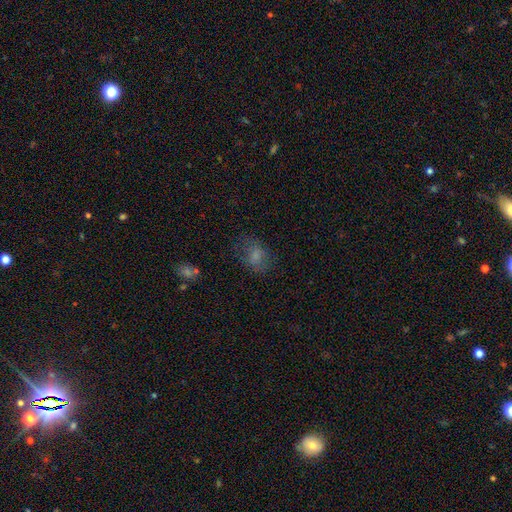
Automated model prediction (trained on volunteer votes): This appears to be a smooth galaxy with no disk features (68%) that is in between round and cigar-shaped (66%). Merging: none (59%).